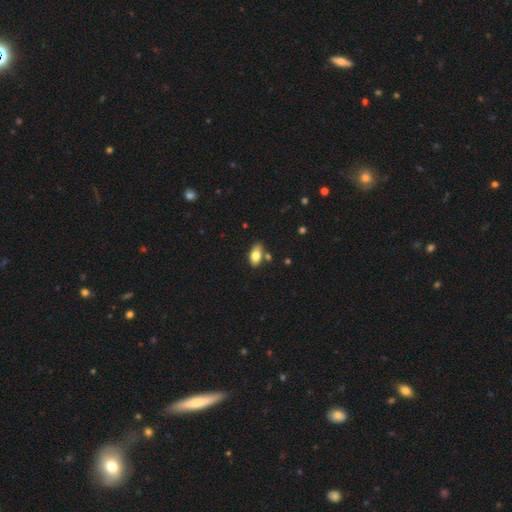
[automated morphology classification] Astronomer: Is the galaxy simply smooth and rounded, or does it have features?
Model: smooth — 78%.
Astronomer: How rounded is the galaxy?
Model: in between — 90%.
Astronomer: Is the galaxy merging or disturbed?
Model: none — 71%.